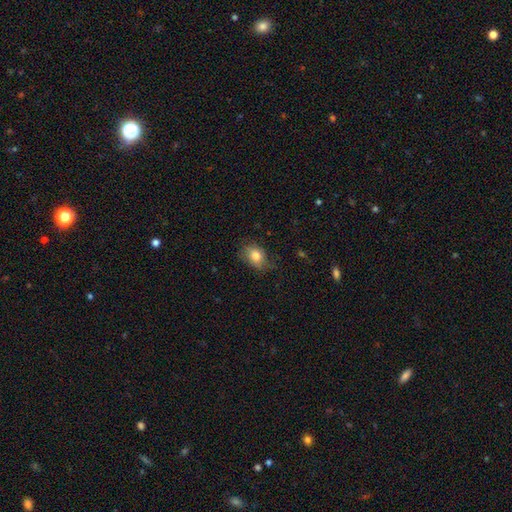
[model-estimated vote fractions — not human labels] Morphology: type=smooth (79%); roundness=in between (68%); merging=none (62%).